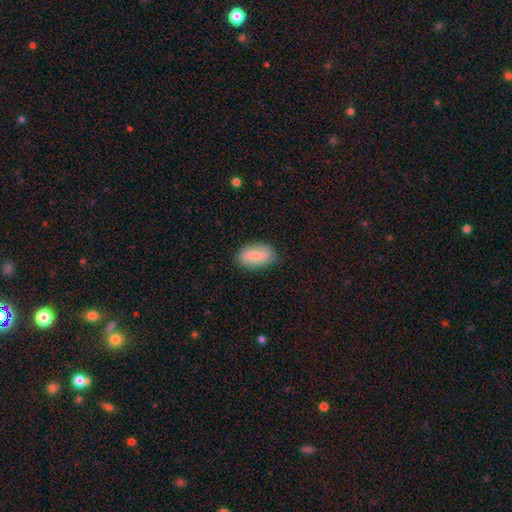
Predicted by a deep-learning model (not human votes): A smooth galaxy with no disk features (76%) that is in between round and cigar-shaped (92%).

Vote fractions:
- Smooth or featured? smooth: 76% / featured or disk: 17% / star or artifact: 6%
- How rounded? in between: 92% / round: 5% / cigar-shaped: 3%
- Merging? none: 83% / minor disturbance: 13% / major disturbance: 3% / merger: 1%